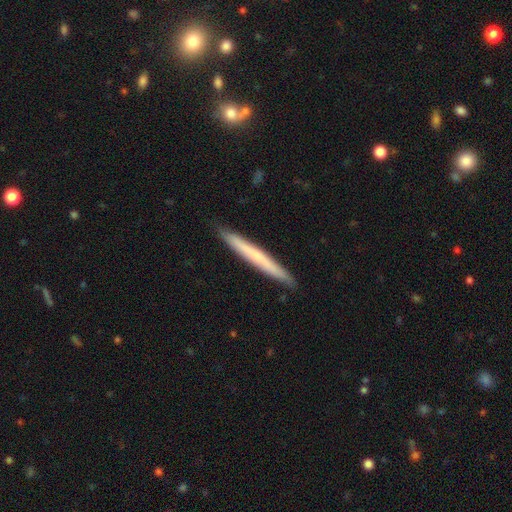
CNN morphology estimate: type=smooth (50%); roundness=cigar-shaped (97%); merging=none (91%).